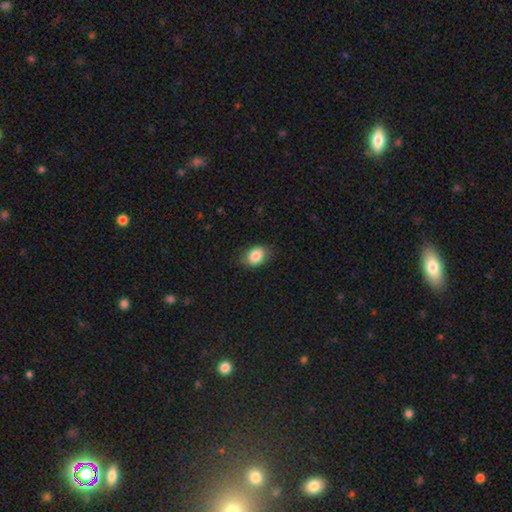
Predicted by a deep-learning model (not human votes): Smooth or featured?
  - smooth: 86% *
  - star or artifact: 8%
  - featured or disk: 6%
How rounded?
  - in between: 72% *
  - round: 27%
  - cigar-shaped: 1%
Merging?
  - none: 82% *
  - minor disturbance: 14%
  - major disturbance: 3%
  - merger: 1%